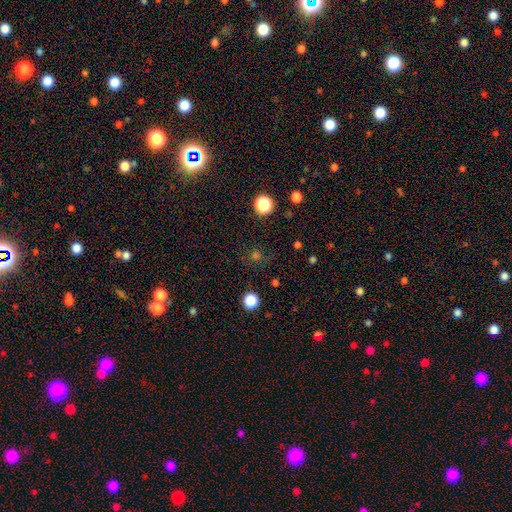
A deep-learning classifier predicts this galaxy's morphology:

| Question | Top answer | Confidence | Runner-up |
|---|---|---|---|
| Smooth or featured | smooth | 55% | star or artifact (39%) |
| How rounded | round | 90% | in between (9%) |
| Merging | none | 84% | minor disturbance (9%) |